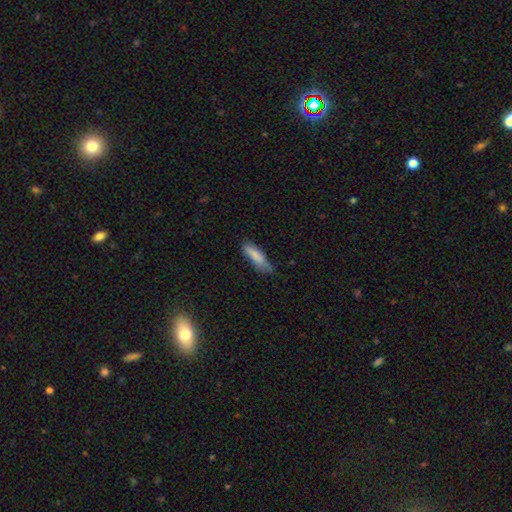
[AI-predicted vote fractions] This appears to be a smooth galaxy with no disk features (81%) that is cigar-shaped (55%). Merging: none (56%).